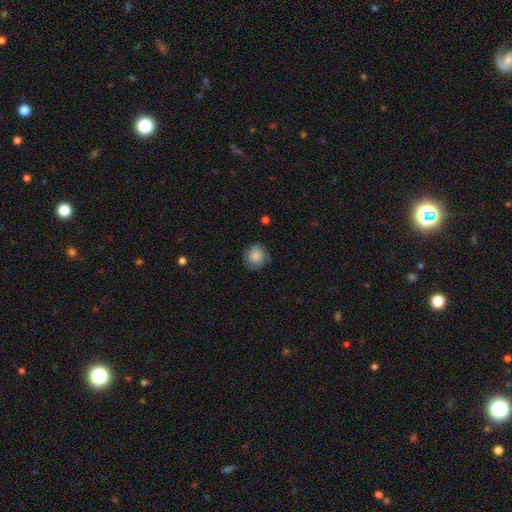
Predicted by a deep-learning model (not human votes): Smooth or featured?
  - smooth: 85% *
  - star or artifact: 8%
  - featured or disk: 8%
How rounded?
  - round: 90% *
  - in between: 9%
  - cigar-shaped: 1%
Merging?
  - none: 78% *
  - minor disturbance: 17%
  - major disturbance: 4%
  - merger: 1%